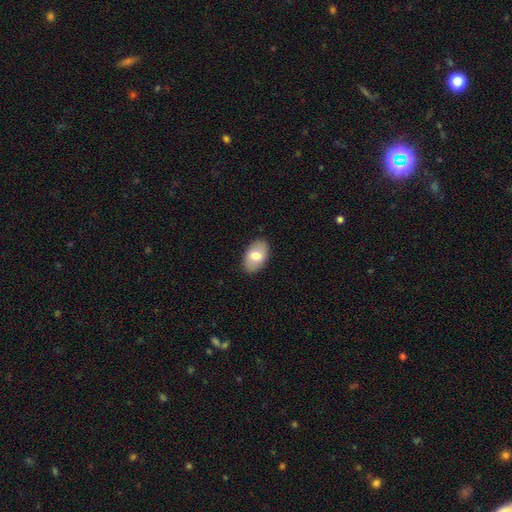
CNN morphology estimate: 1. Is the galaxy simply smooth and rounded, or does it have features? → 73% smooth, 20% featured or disk, 6% star or artifact.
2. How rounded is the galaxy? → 92% in between, 7% round, 1% cigar-shaped.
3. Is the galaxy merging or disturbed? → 87% none, 9% minor disturbance, 2% major disturbance, 1% merger.